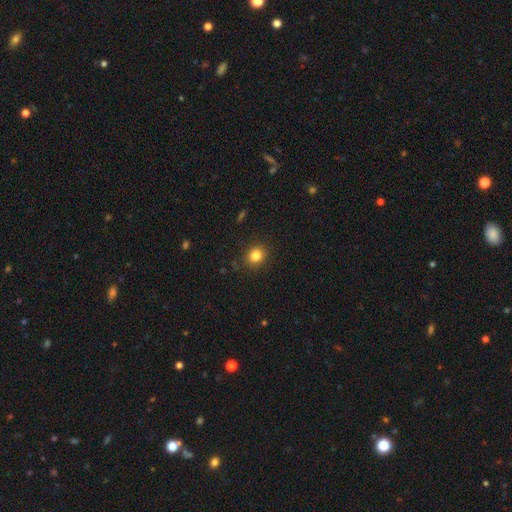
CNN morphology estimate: A smooth galaxy with no disk features (83%) that is round (80%). Merging: none (89%).